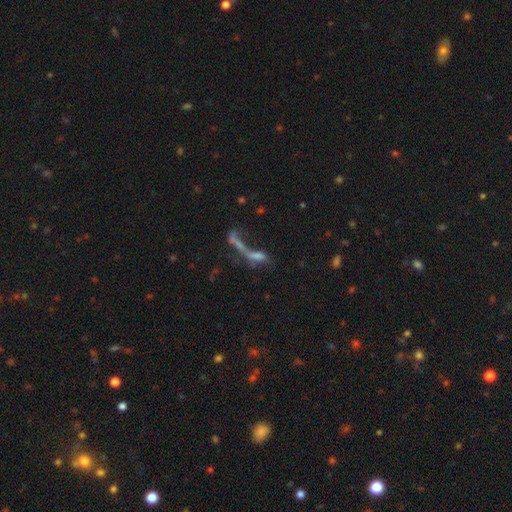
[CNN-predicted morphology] The model was most divided on "smooth or featured": featured or disk: 42%, smooth: 35%, star or artifact: 23%. Remaining: merging — merger (37%).